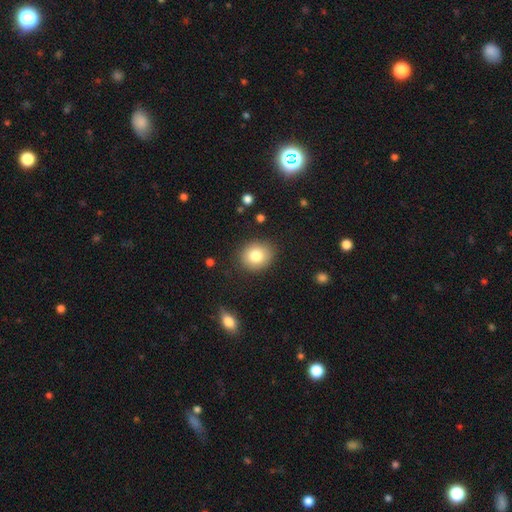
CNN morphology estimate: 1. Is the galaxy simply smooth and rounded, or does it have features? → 81% smooth, 10% featured or disk, 9% star or artifact.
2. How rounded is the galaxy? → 68% round, 31% in between, 1% cigar-shaped.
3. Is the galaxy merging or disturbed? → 86% none, 10% minor disturbance, 3% major disturbance, 1% merger.